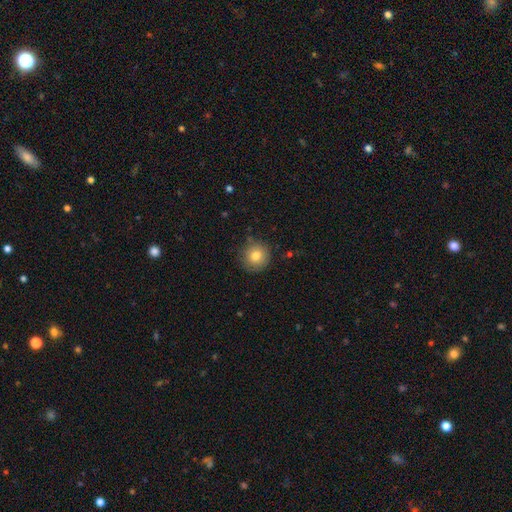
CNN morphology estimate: smooth 79%, featured or disk 11%, star or artifact 10%. Down the decision tree: how rounded — round (94%); merging — none (84%).